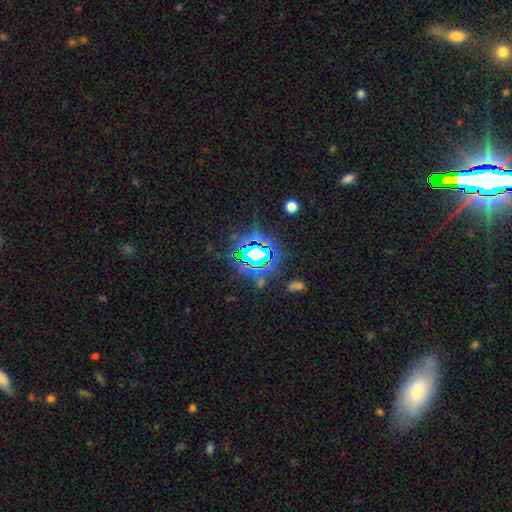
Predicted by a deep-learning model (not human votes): star or artifact 74%, smooth 14%, featured or disk 12%.